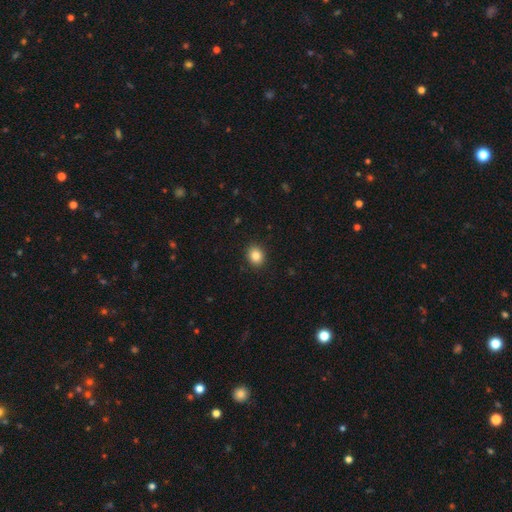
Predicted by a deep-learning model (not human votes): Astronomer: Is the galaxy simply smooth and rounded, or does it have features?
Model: smooth — 85%.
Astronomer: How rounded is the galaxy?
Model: round — 60% (runner-up: in between, 39%).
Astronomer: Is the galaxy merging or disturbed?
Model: none — 90%.